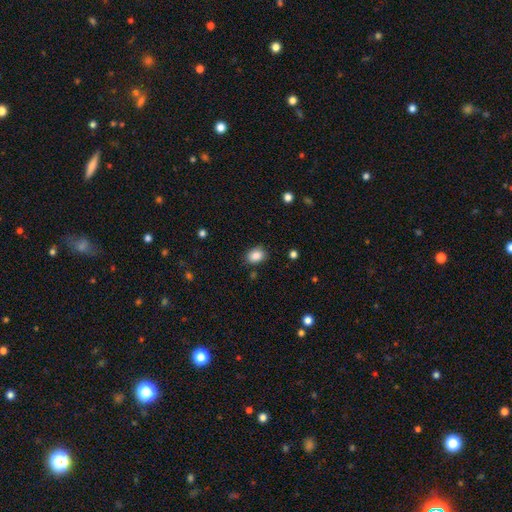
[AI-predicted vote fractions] The model was most divided on "how rounded": in between: 66%, round: 33%, cigar-shaped: 1%. More confident: smooth or featured — smooth (87%); merging — none (83%).